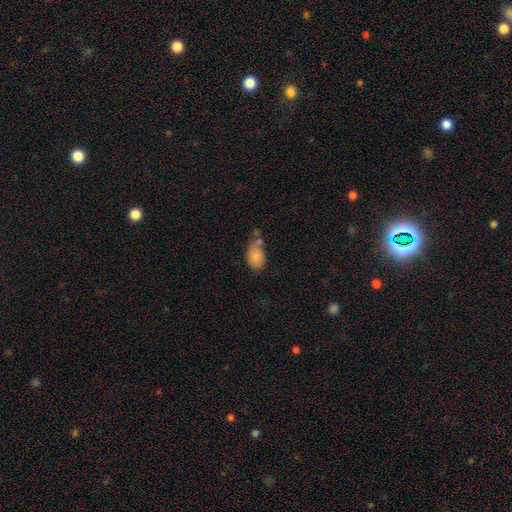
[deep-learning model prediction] Smooth or featured?
  - smooth: 81% *
  - featured or disk: 11%
  - star or artifact: 8%
How rounded?
  - in between: 83% *
  - round: 16%
  - cigar-shaped: 1%
Merging?
  - none: 42% *
  - merger: 25%
  - minor disturbance: 24%
  - major disturbance: 9%